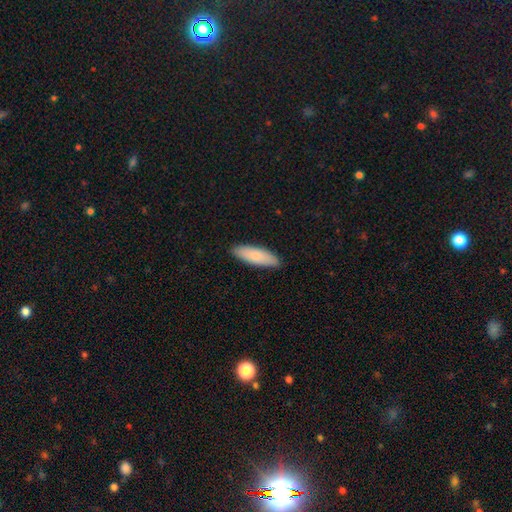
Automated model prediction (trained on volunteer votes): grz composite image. It shows a smooth galaxy with no disk features (82%) that is in between round and cigar-shaped (54%). Merging: none (88%).